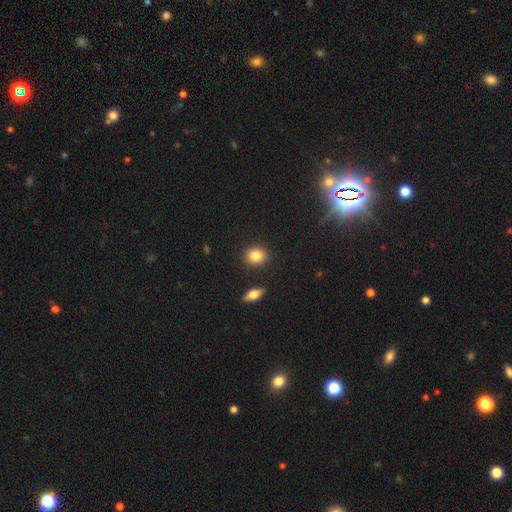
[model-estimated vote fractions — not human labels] Smooth or featured? smooth (84%)
How rounded? round (70%)
Merging? none (88%)